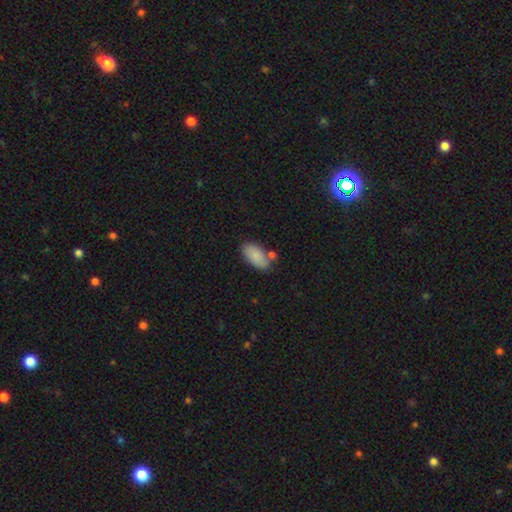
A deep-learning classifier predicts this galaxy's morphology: Smooth or featured? Predicted: smooth (p=0.84). How rounded? Predicted: in between (p=0.94). Merging? Predicted: none (p=0.66).